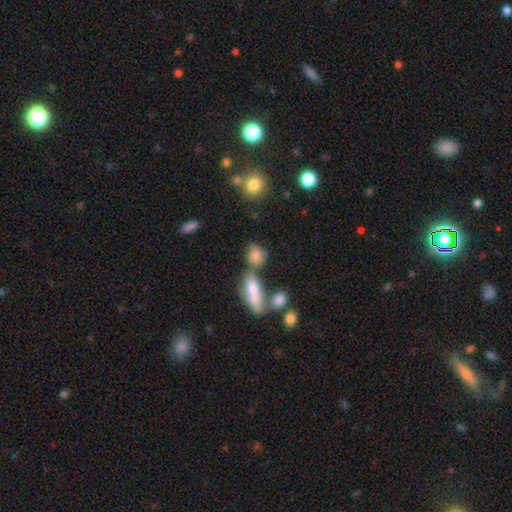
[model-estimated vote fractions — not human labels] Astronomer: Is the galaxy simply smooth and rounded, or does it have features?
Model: smooth — 78%.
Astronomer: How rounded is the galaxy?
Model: in between — 48% (runner-up: round, 47%).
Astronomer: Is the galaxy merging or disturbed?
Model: none — 48% (runner-up: merger, 28%).